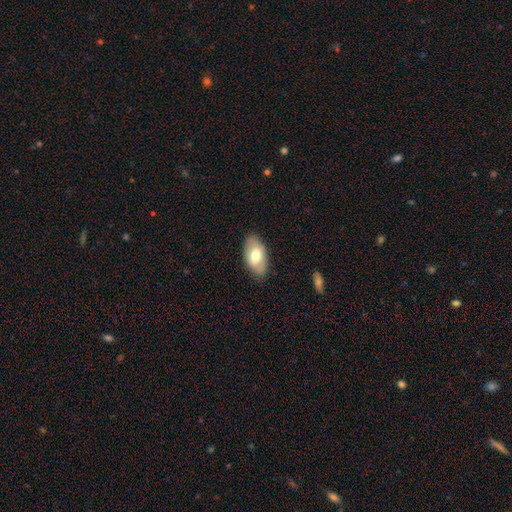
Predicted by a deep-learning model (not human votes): This is likely a smooth galaxy (66%). How rounded: clearly in between (94%). Merging: clearly none (84%).